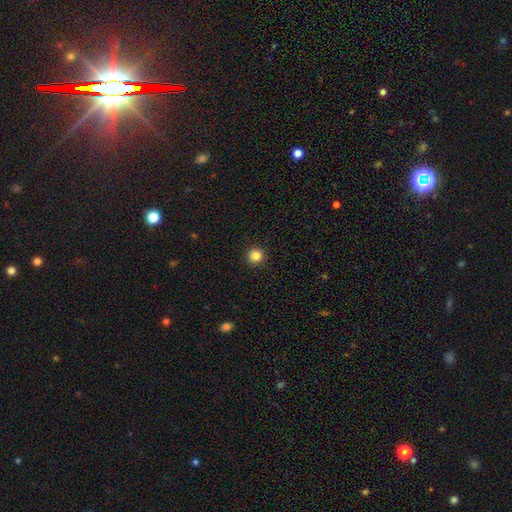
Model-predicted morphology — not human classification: type=smooth (84%); roundness=round (96%); merging=none (94%).